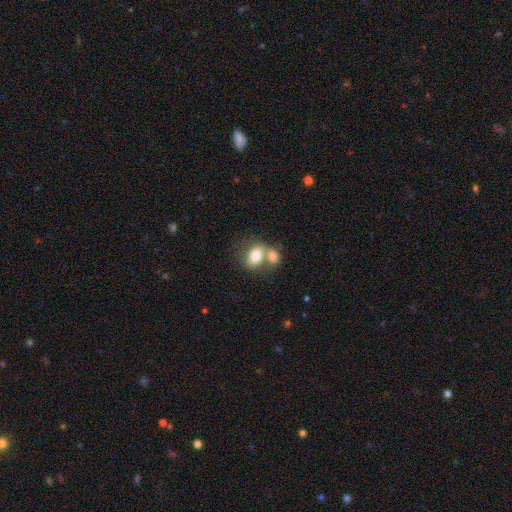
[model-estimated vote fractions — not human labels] Smooth or featured? smooth (76%)
How rounded? in between (75%)
Merging? merger (55%)